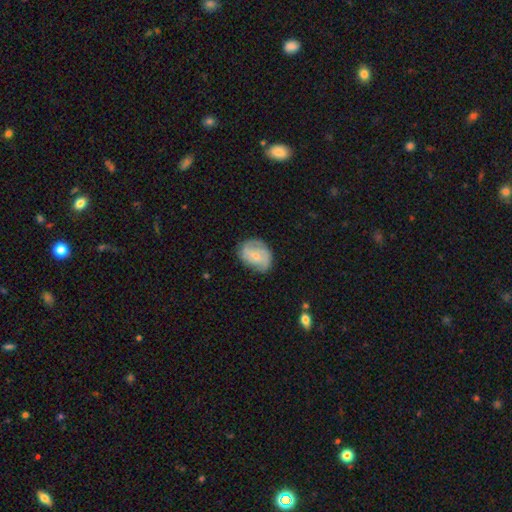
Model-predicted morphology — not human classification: Q: Smooth or featured?
A: featured or disk (70%); runner-up: smooth (24%)
Q: Edge-on disk?
A: no (98%); runner-up: yes (2%)
Q: Bar?
A: no (61%); runner-up: weak (33%)
Q: Spiral arms?
A: yes (92%); runner-up: no (8%)
Q: Spiral winding?
A: medium (43%); runner-up: tight (41%)
Q: Spiral arm count?
A: 2 (48%); runner-up: 3 (21%)
Q: Bulge size?
A: small (73%); runner-up: moderate (20%)
Q: Merging?
A: none (71%); runner-up: minor disturbance (21%)